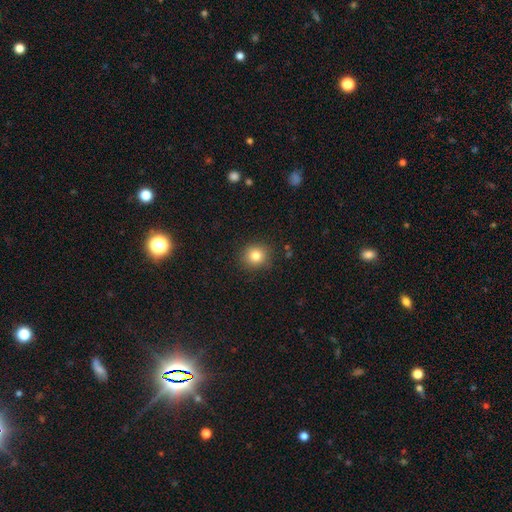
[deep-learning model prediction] smooth-or-featured: smooth: 81% | star or artifact: 12% | featured or disk: 7%
  how-rounded: round: 89% | in between: 10% | cigar-shaped: 1%
  merging: none: 88% | minor disturbance: 8% | major disturbance: 2% | merger: 1%